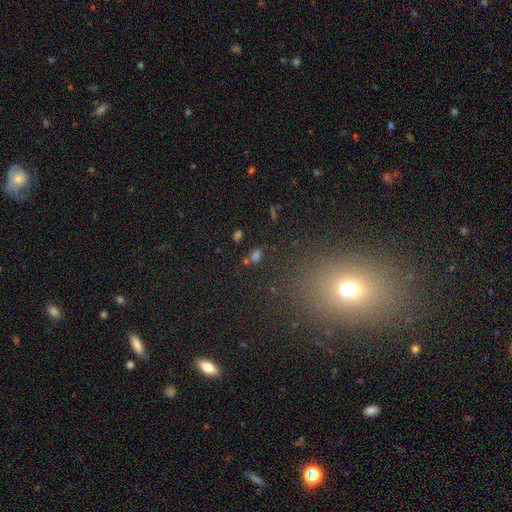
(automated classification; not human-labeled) A smooth galaxy with no disk features (63%) that is in between round and cigar-shaped (80%). Merging: none (68%).